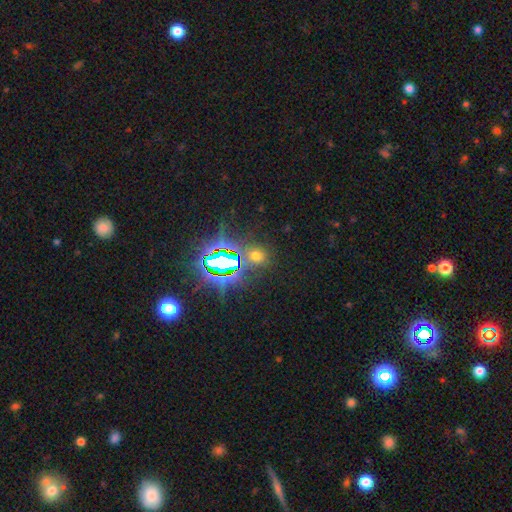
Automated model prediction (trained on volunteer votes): smooth-or-featured: star or artifact: 53% | smooth: 40% | featured or disk: 7%